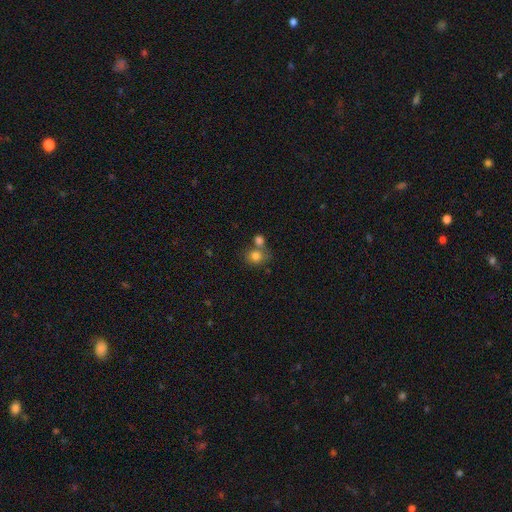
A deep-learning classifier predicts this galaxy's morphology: Smooth or featured? smooth (80%)
How rounded? round (70%)
Merging? none (49%)